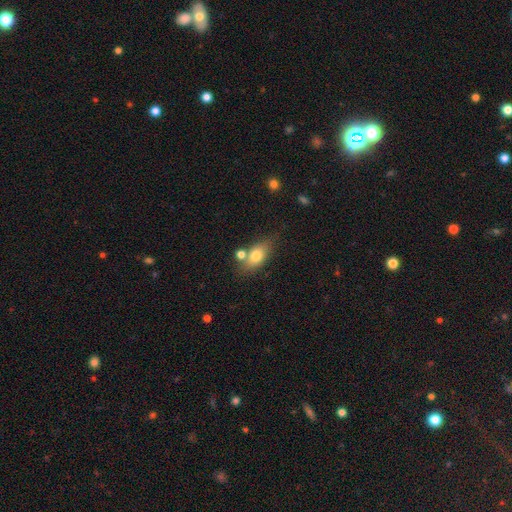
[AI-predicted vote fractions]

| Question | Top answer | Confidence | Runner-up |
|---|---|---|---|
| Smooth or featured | smooth | 74% | featured or disk (17%) |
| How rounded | in between | 80% | round (13%) |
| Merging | none | 60% | merger (18%) |